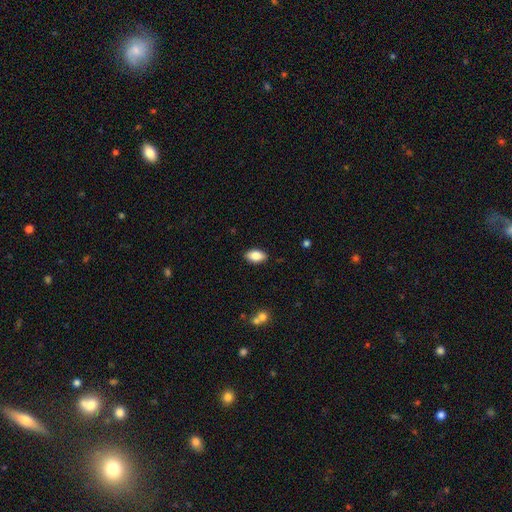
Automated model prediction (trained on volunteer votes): Morphology: type=smooth (85%); roundness=in between (92%); merging=none (88%).